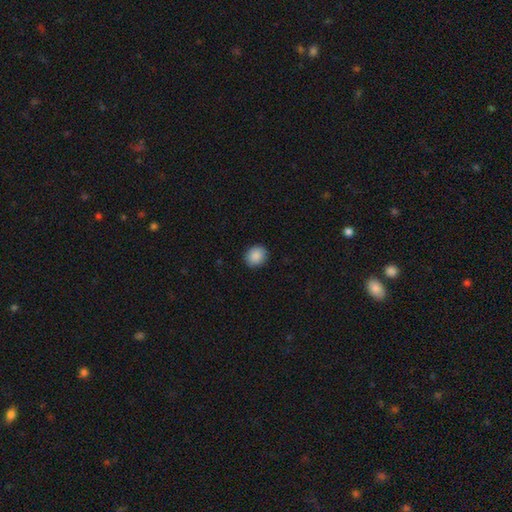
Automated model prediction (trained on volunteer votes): This appears to be a smooth galaxy with no disk features (89%) that is round (72%). Merging: none (90%).